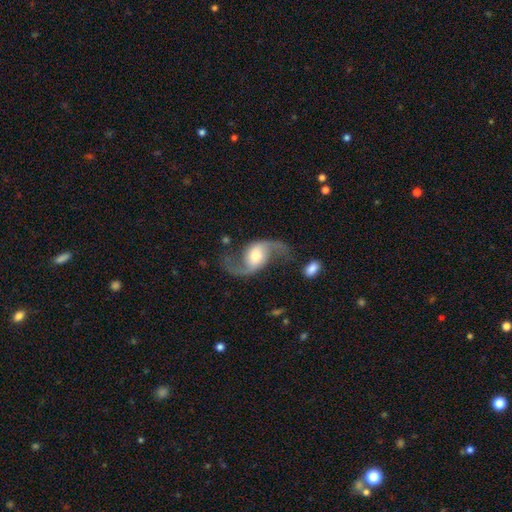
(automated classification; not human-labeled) Smooth or featured?
  - featured or disk: 89% *
  - smooth: 6%
  - star or artifact: 4%
Edge-on disk?
  - no: 97% *
  - yes: 3%
Bar?
  - no: 49% *
  - weak: 35%
  - strong: 16%
Spiral arms?
  - yes: 97% *
  - no: 3%
Spiral winding?
  - loose: 82% *
  - medium: 15%
  - tight: 3%
Spiral arm count?
  - 2: 94% *
  - 1: 2%
  - can't tell: 1%
  - 3: 1%
  - 4: 1%
  - more than 4: 1%
Bulge size?
  - moderate: 61% *
  - small: 19%
  - large: 16%
  - dominant: 2%
  - none: 2%
Merging?
  - none: 71% *
  - minor disturbance: 14%
  - major disturbance: 11%
  - merger: 4%